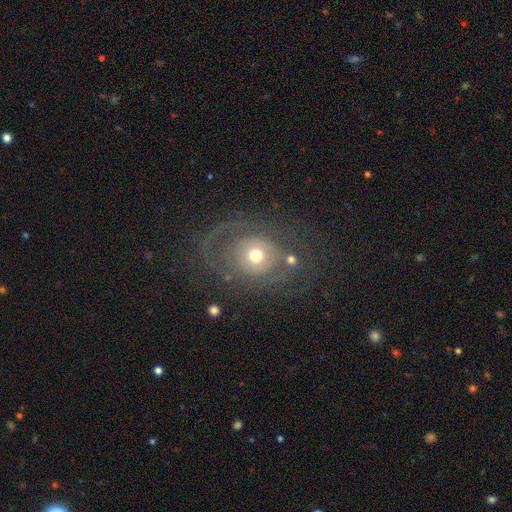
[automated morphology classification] Smooth or featured? featured or disk (57%)
Edge-on disk? no (96%)
Bar? no (86%)
Spiral arms? yes (57%)
Bulge size? moderate (63%)
Merging? none (57%)